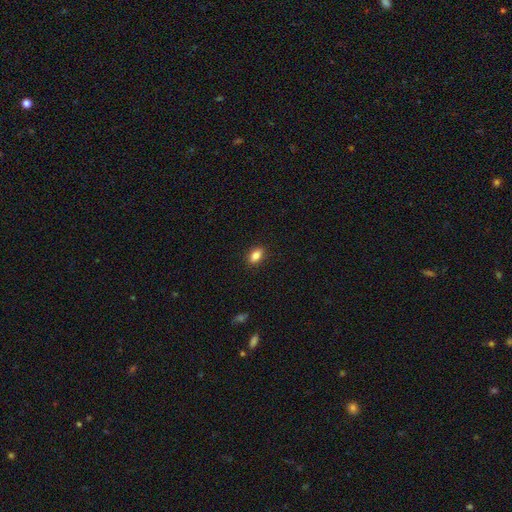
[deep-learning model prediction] smooth_or_featured: smooth (p=0.85) [alt: star or artifact p=0.09]
how_rounded: in between (p=0.85) [alt: round p=0.12]
merging: none (p=0.89) [alt: minor disturbance p=0.08]